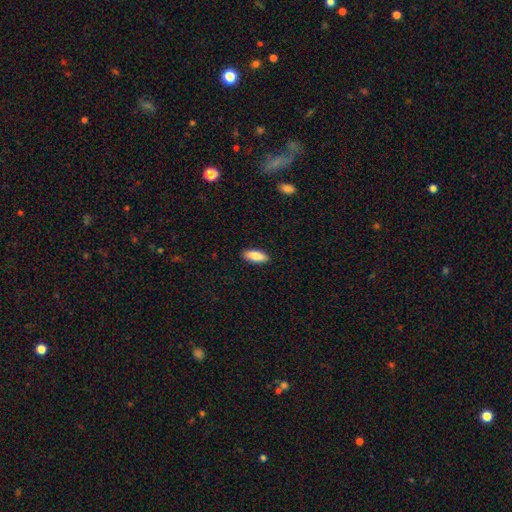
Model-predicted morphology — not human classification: This is clearly a smooth galaxy (86%). How rounded: likely in between (75%). Merging: clearly none (90%).